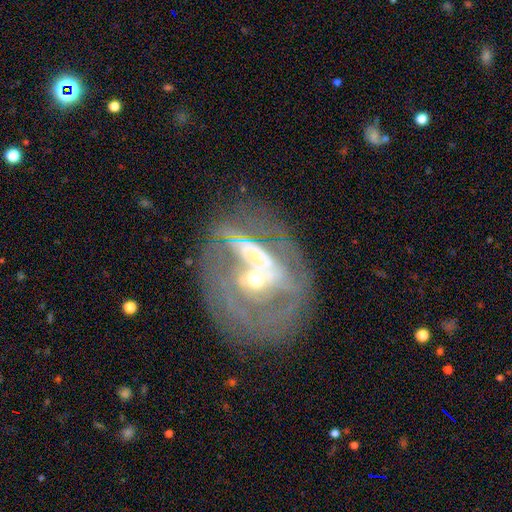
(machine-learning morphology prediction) Smooth or featured?
  - featured or disk: 72% *
  - smooth: 17%
  - star or artifact: 11%
Edge-on disk?
  - no: 96% *
  - yes: 4%
Bar?
  - no: 69% *
  - weak: 21%
  - strong: 10%
Spiral arms?
  - yes: 52% *
  - no: 48%
Bulge size?
  - moderate: 48% *
  - small: 40%
  - large: 6%
  - none: 4%
  - dominant: 2%
Merging?
  - none: 35% *
  - merger: 25%
  - major disturbance: 24%
  - minor disturbance: 16%